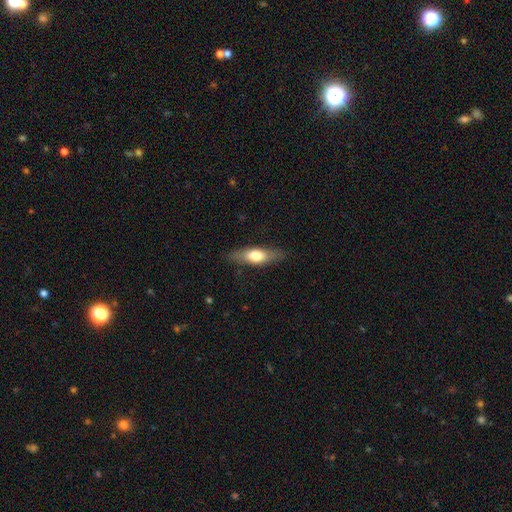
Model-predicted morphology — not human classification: Smooth or featured? Predicted: smooth (p=0.60). How rounded? Predicted: cigar-shaped (p=0.49). Merging? Predicted: none (p=0.83).